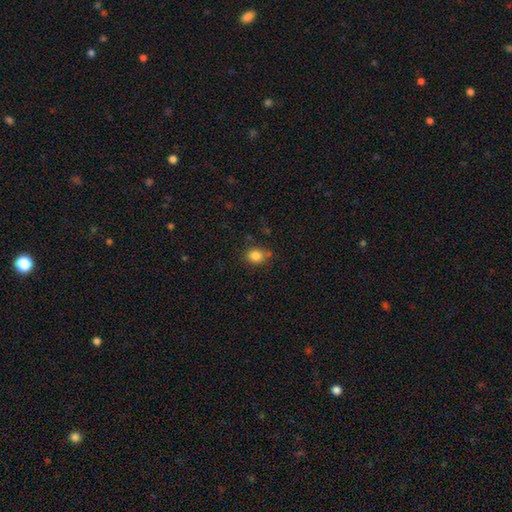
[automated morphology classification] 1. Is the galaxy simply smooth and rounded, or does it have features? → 84% smooth, 11% star or artifact, 5% featured or disk.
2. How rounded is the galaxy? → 66% round, 33% in between, 1% cigar-shaped.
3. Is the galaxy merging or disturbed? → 72% none, 18% minor disturbance, 6% merger, 4% major disturbance.